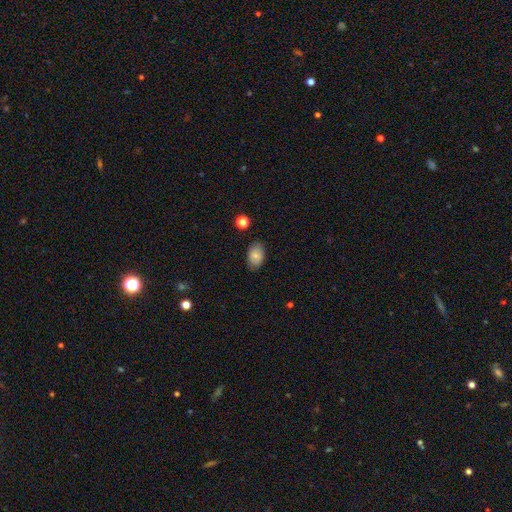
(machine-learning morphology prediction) Smooth or featured? Predicted: smooth (p=0.77). How rounded? Predicted: in between (p=0.89). Merging? Predicted: none (p=0.82).